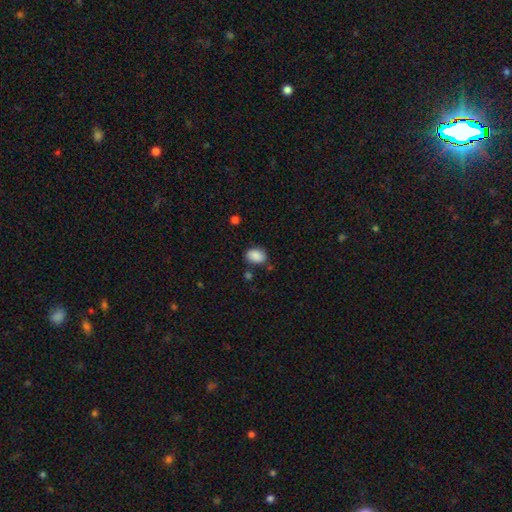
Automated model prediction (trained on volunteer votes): Q: Smooth or featured?
A: smooth (88%); runner-up: star or artifact (8%)
Q: How rounded?
A: in between (79%); runner-up: round (20%)
Q: Merging?
A: none (75%); runner-up: minor disturbance (17%)